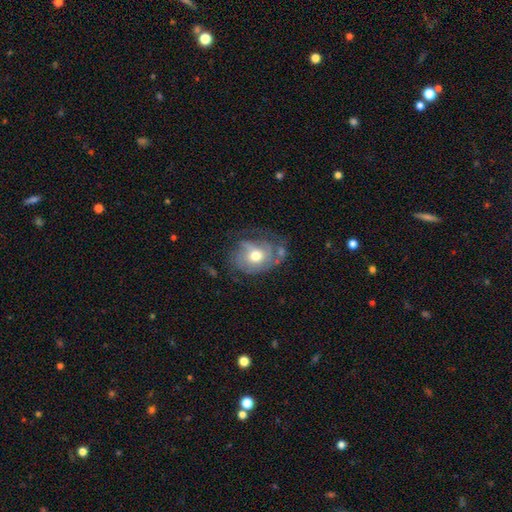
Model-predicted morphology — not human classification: Q: Smooth or featured?
A: featured or disk (55%); runner-up: smooth (37%)
Q: Edge-on disk?
A: no (96%); runner-up: yes (4%)
Q: Bar?
A: no (78%); runner-up: weak (18%)
Q: Spiral arms?
A: yes (65%); runner-up: no (35%)
Q: Bulge size?
A: moderate (72%); runner-up: large (15%)
Q: Merging?
A: none (46%); runner-up: minor disturbance (27%)